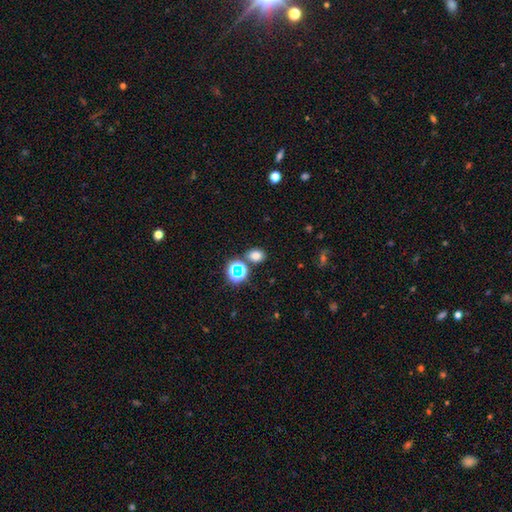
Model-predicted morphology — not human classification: The model was most divided on "how rounded": in between: 50%, round: 49%, cigar-shaped: 1%. More confident: merging — none (79%); smooth or featured — smooth (72%).